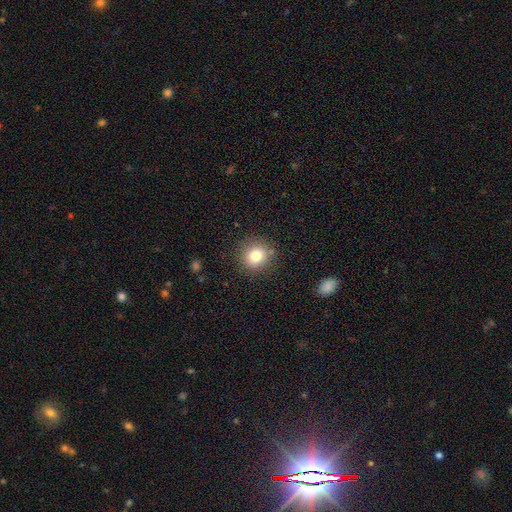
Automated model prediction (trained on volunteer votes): smooth-or-featured: smooth: 80% | star or artifact: 12% | featured or disk: 8%
  how-rounded: round: 89% | in between: 10% | cigar-shaped: 1%
  merging: none: 86% | minor disturbance: 9% | major disturbance: 3% | merger: 2%